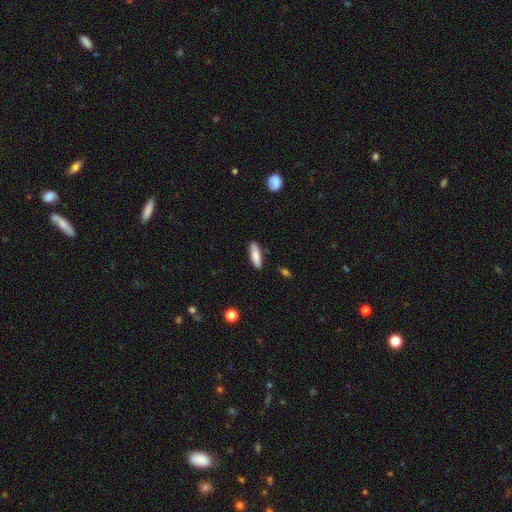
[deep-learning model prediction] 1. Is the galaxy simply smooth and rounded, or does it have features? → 83% smooth, 11% featured or disk, 6% star or artifact.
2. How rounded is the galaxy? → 56% cigar-shaped, 42% in between, 2% round.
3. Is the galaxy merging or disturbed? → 86% none, 11% minor disturbance, 2% major disturbance, 2% merger.